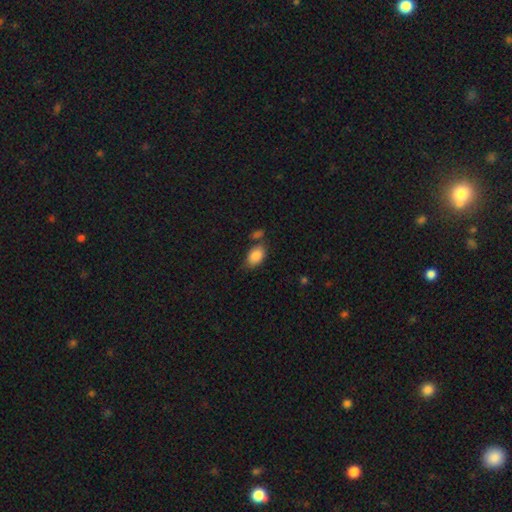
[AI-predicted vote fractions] A smooth galaxy with no disk features (87%) that is in between round and cigar-shaped (89%). Merging: none (62%).